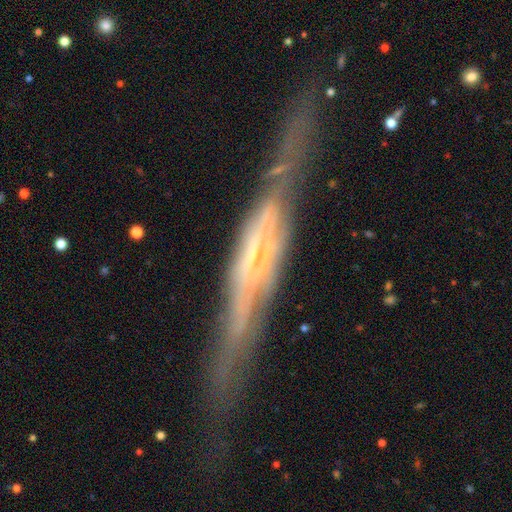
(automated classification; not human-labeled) This is clearly a featured or disk galaxy (82%). It is clearly viewed edge-on (92%). Edge-on bulge: marginally boxy (42%). Merging: likely none (71%).